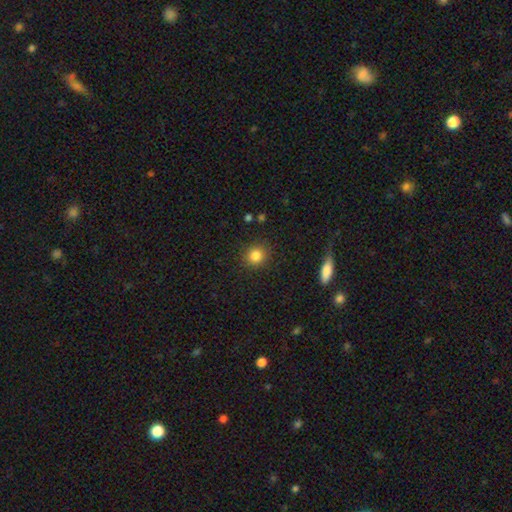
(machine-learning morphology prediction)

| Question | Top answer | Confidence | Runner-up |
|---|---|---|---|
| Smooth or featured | smooth | 84% | star or artifact (10%) |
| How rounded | round | 88% | in between (11%) |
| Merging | none | 89% | minor disturbance (7%) |